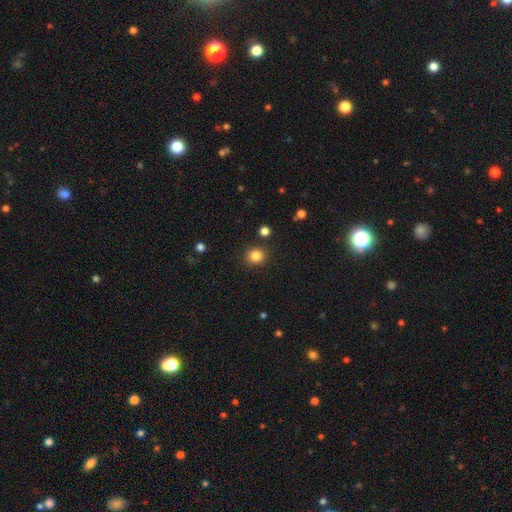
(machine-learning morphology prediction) Smooth or featured: smooth — 84% (star or artifact — 12%)
How rounded: round — 85% (in between — 14%)
Merging: none — 87% (minor disturbance — 7%)